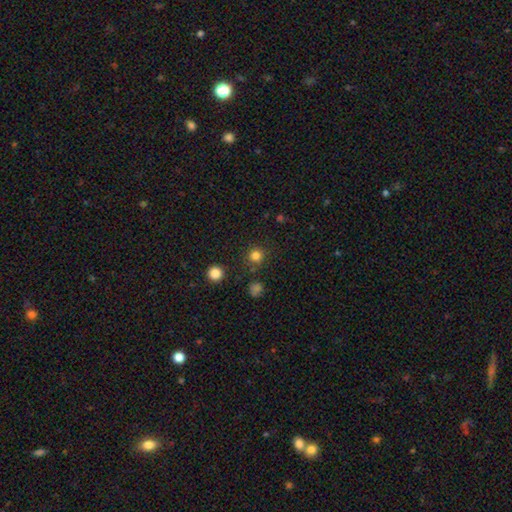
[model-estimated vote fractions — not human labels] This is likely a smooth galaxy (80%). How rounded: clearly round (93%). Merging: clearly none (86%).